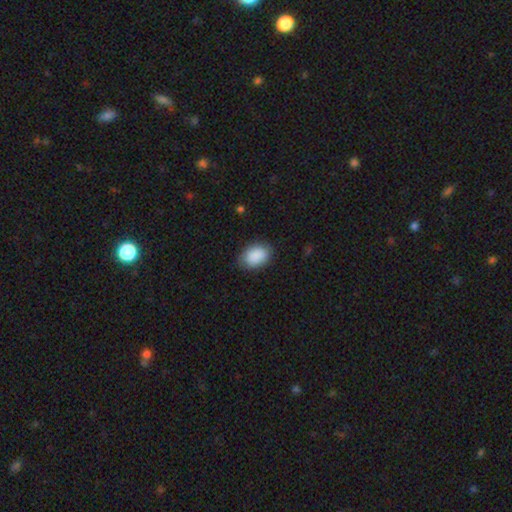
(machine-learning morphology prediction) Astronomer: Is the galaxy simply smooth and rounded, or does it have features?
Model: smooth — 90%.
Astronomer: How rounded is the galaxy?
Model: in between — 83%.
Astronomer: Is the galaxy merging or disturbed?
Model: none — 80%.